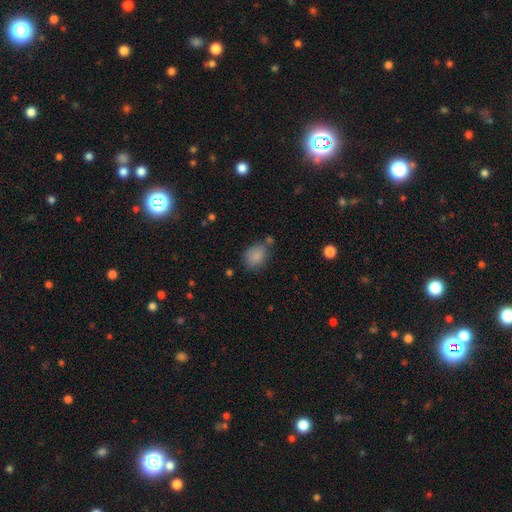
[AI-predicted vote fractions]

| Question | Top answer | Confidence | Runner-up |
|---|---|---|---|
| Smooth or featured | smooth | 85% | star or artifact (10%) |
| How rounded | in between | 60% | round (39%) |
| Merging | none | 62% | minor disturbance (22%) |